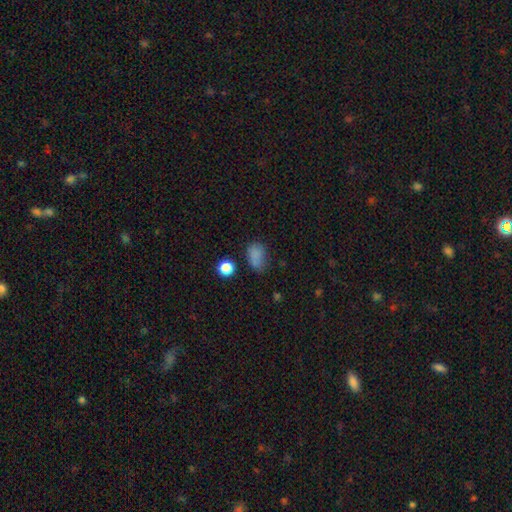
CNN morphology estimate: A smooth galaxy with no disk features (77%) that is in between round and cigar-shaped (76%).

Vote fractions:
- Smooth or featured? smooth: 77% / star or artifact: 16% / featured or disk: 7%
- How rounded? in between: 76% / round: 23% / cigar-shaped: 2%
- Merging? none: 58% / minor disturbance: 26% / major disturbance: 10% / merger: 5%